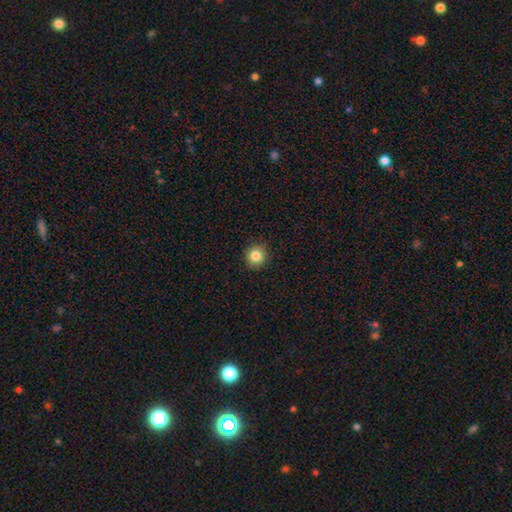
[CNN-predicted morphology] Smooth or featured: smooth — 83% (star or artifact — 10%)
How rounded: round — 91% (in between — 8%)
Merging: none — 90% (minor disturbance — 7%)